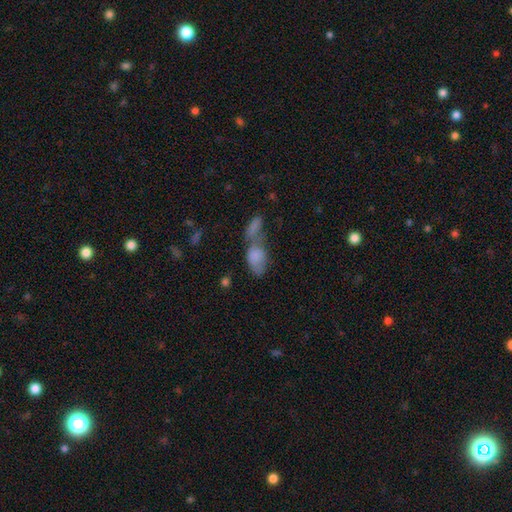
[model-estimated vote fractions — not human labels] Smooth or featured: smooth — 79% (featured or disk — 13%)
How rounded: in between — 89% (round — 7%)
Merging: merger — 59% (none — 22%)